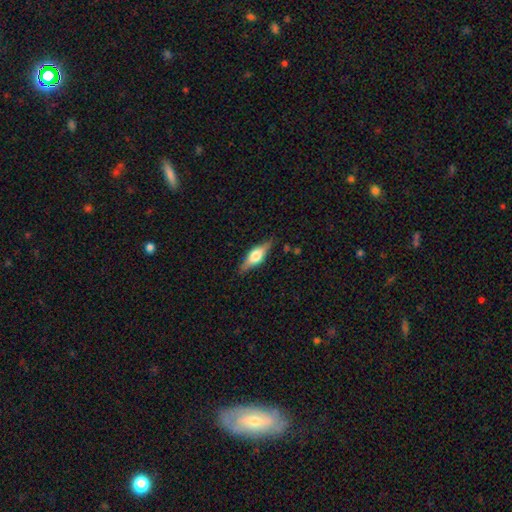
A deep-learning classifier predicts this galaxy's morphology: The model was most divided on "smooth or featured": featured or disk: 60%, smooth: 34%, star or artifact: 6%. More confident: edge-on disk — yes (95%); edge-on bulge — rounded (90%); merging — none (85%).